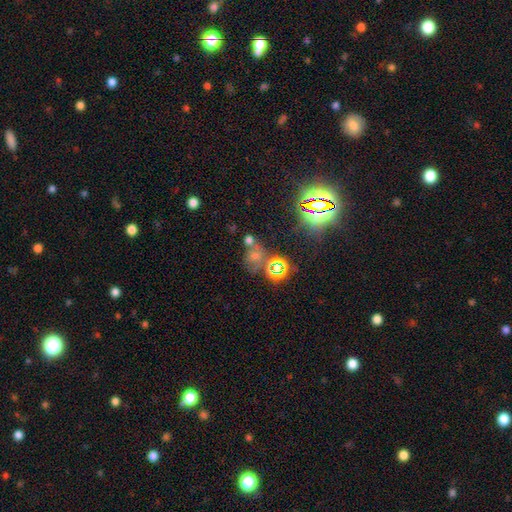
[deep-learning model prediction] smooth_or_featured: smooth (p=0.44) [alt: star or artifact p=0.42]
merging: none (p=0.46) [alt: merger p=0.31]